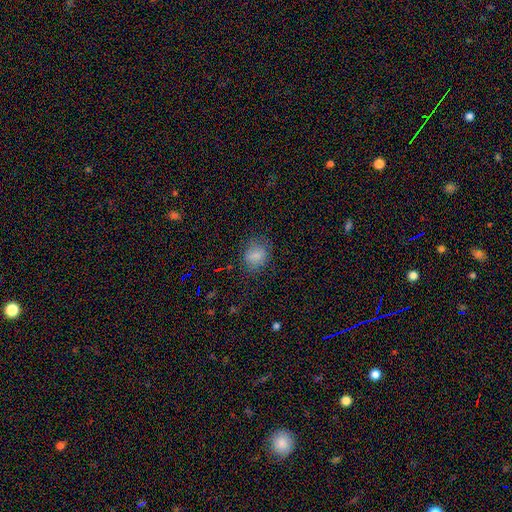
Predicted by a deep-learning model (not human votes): This appears to be a smooth galaxy with no disk features (77%) that is round (51%). Merging: none (71%).